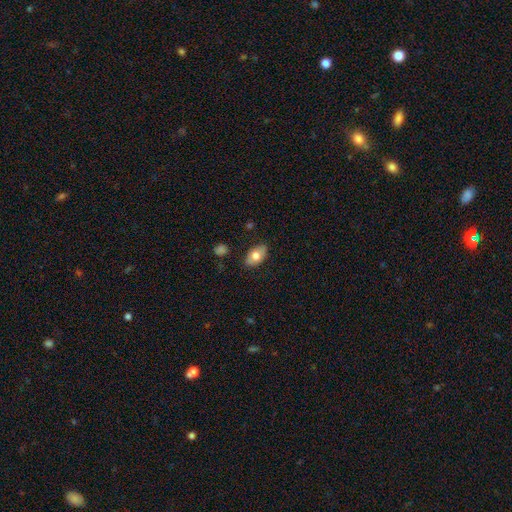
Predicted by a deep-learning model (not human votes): Smooth or featured? Predicted: smooth (p=0.72). How rounded? Predicted: in between (p=0.92). Merging? Predicted: none (p=0.85).